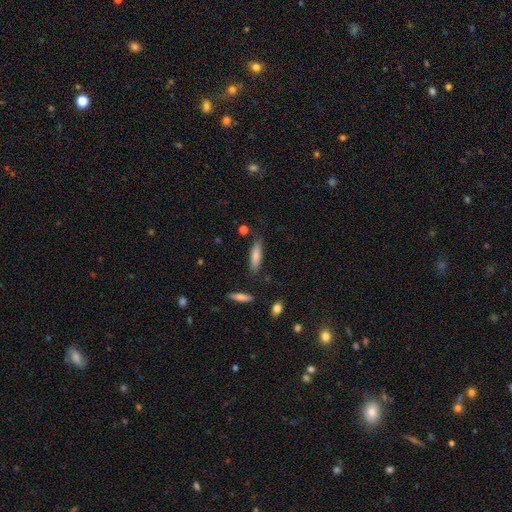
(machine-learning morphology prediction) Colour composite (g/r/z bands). It shows a smooth galaxy with no disk features (77%) that is cigar-shaped (68%). Merging: none (78%).